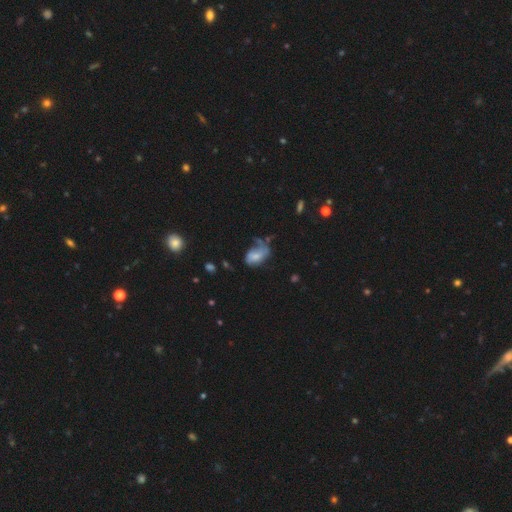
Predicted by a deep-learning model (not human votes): This appears to be a smooth galaxy with no disk features (49%). Merging: major disturbance (33%).